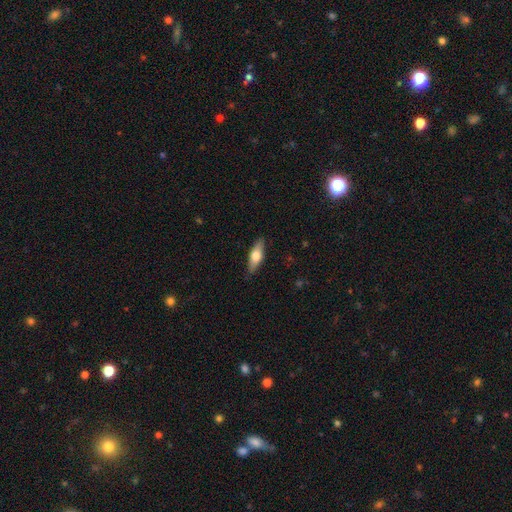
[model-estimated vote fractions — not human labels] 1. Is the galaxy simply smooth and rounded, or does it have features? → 59% smooth, 36% featured or disk, 6% star or artifact.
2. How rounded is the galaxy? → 57% in between, 40% cigar-shaped, 3% round.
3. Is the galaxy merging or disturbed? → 87% none, 10% minor disturbance, 2% major disturbance, 1% merger.